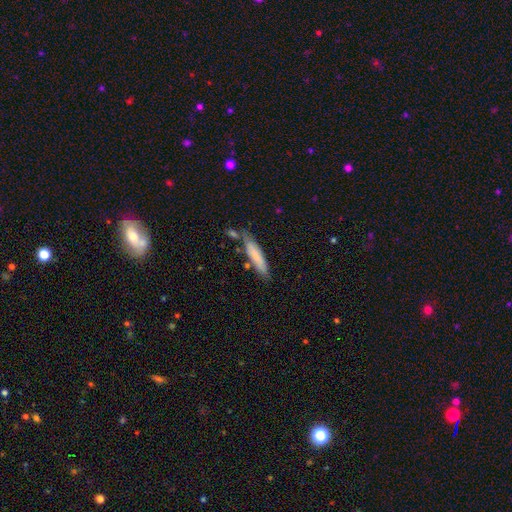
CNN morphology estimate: This appears to be a smooth galaxy with no disk features (74%) that is cigar-shaped (84%). Merging: none (69%).